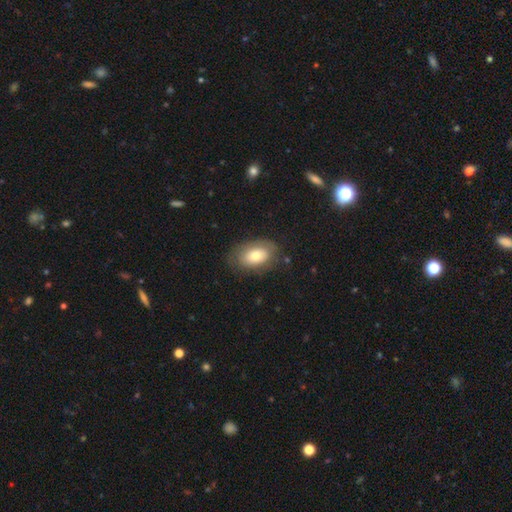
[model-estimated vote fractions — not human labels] This appears to be a smooth galaxy with no disk features (67%) that is in between round and cigar-shaped (89%). Merging: none (75%).